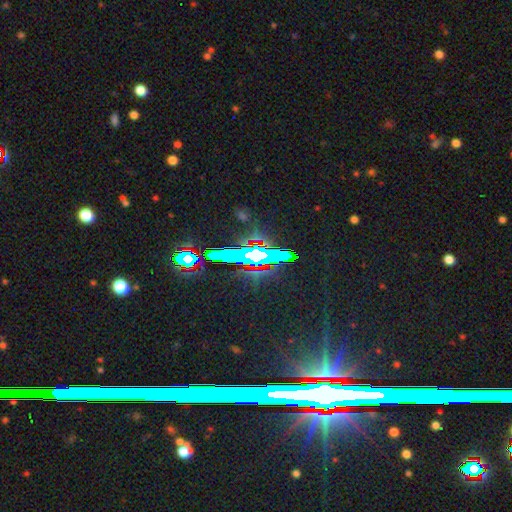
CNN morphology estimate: A star or artifact, not a galaxy (66%).